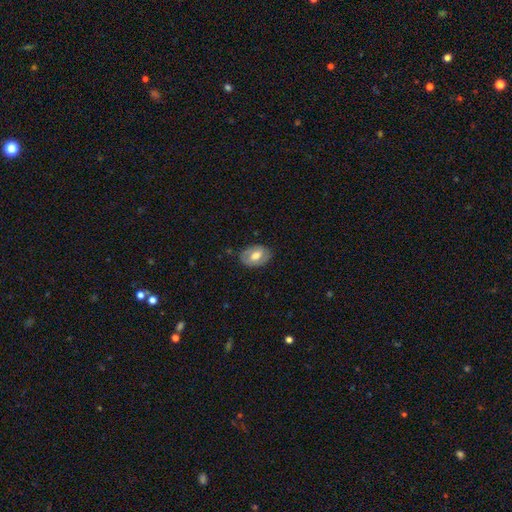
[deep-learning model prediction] smooth-or-featured: smooth: 59% | featured or disk: 35% | star or artifact: 7%
  how-rounded: in between: 80% | round: 19% | cigar-shaped: 1%
  merging: none: 79% | minor disturbance: 16% | major disturbance: 4% | merger: 1%